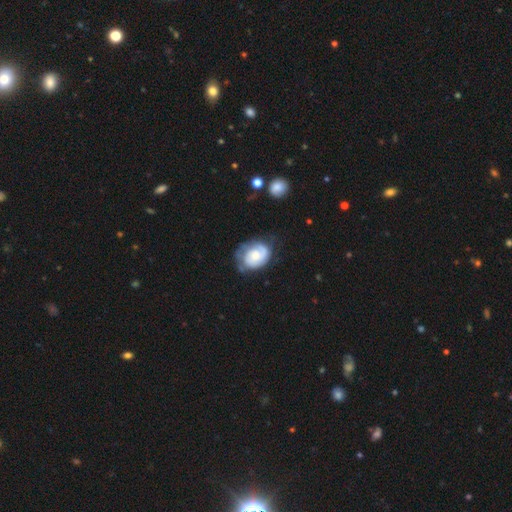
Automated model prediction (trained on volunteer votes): featured or disk 68%, smooth 26%, star or artifact 6%. Down the decision tree: edge-on disk — no (97%); bar — no (74%); spiral arms — yes (88%); spiral arm count — 2 (49%); spiral winding — tight (57%); bulge size — moderate (47%); merging — none (59%).